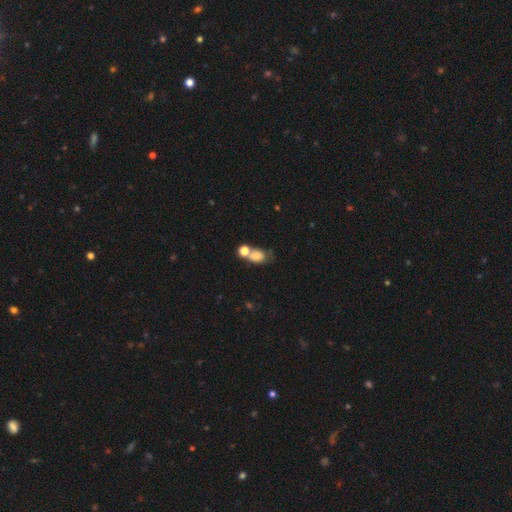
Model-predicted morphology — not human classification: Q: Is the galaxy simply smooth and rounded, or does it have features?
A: smooth — 75%.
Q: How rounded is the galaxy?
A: in between — 66%.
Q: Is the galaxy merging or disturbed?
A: merger — 50%.